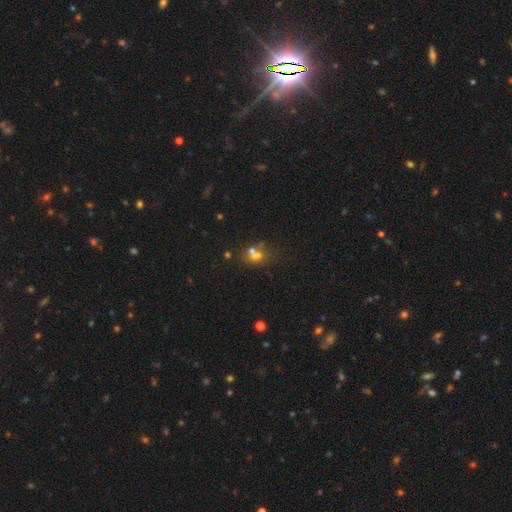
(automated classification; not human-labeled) This appears to be a smooth galaxy with no disk features (54%) that is round (56%). Merging: merger (45%).